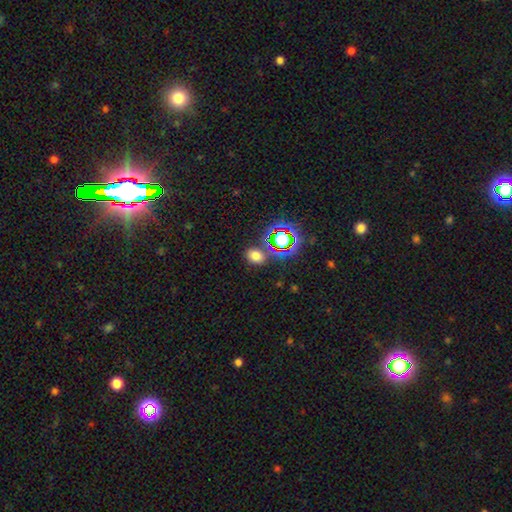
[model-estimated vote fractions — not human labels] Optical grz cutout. It shows a smooth galaxy with no disk features (68%) that is in between round and cigar-shaped (61%). Merging: none (75%).